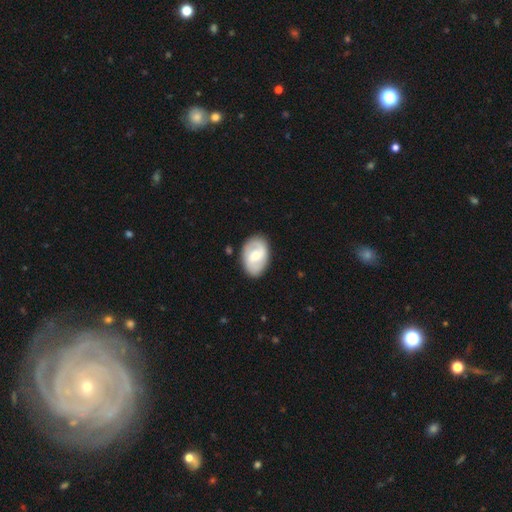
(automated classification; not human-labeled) This appears to be a featured or disk galaxy (59%) with a weak bar (44%), spiral arms (73%) and a moderate central bulge (56%). Merging: none (84%).